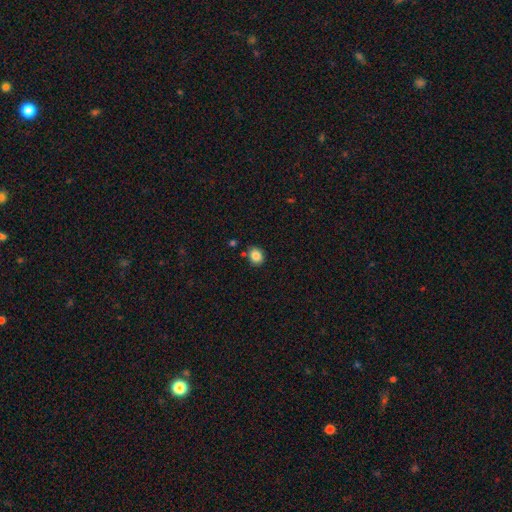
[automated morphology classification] This is clearly a smooth galaxy (85%). How rounded: likely round (62%). Merging: likely none (79%).